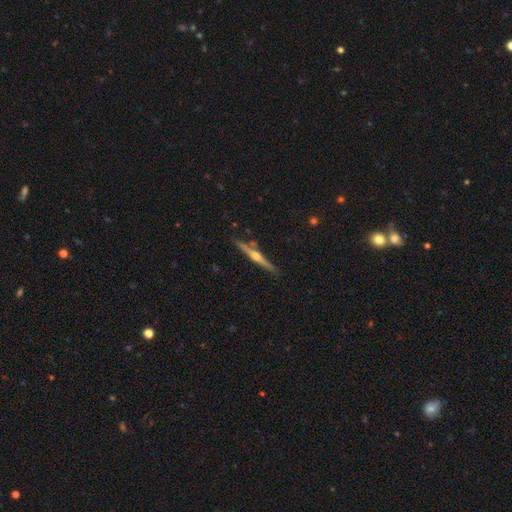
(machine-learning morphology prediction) smooth_or_featured: featured or disk (p=0.78) [alt: smooth p=0.16]
disk_edge_on: yes (p=0.98) [alt: no p=0.02]
edge_on_bulge: rounded (p=0.92) [alt: none p=0.04]
merging: none (p=0.86) [alt: minor disturbance p=0.09]